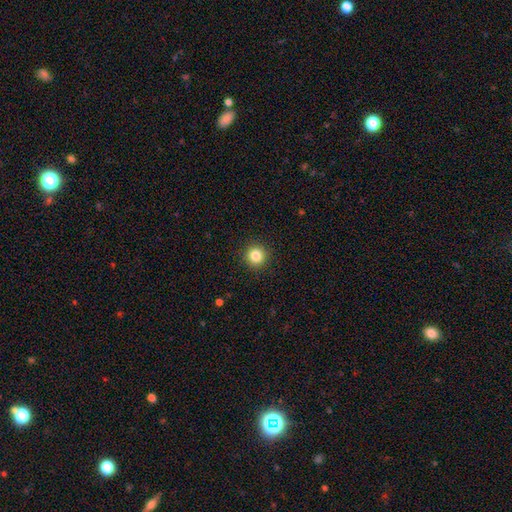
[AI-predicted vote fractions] smooth 83%, star or artifact 12%, featured or disk 5%. Down the decision tree: how rounded — round (94%); merging — none (92%).